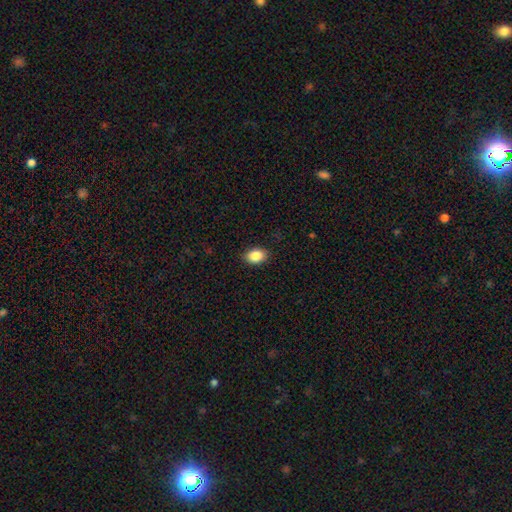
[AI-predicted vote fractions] Smooth or featured? Predicted: smooth (p=0.87). How rounded? Predicted: in between (p=0.78). Merging? Predicted: none (p=0.88).